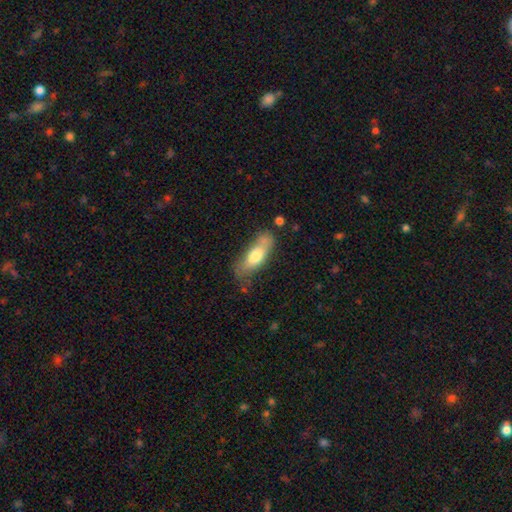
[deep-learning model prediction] smooth_or_featured: smooth (p=0.69) [alt: featured or disk p=0.25]
how_rounded: in between (p=0.63) [alt: cigar-shaped p=0.34]
merging: none (p=0.54) [alt: minor disturbance p=0.28]